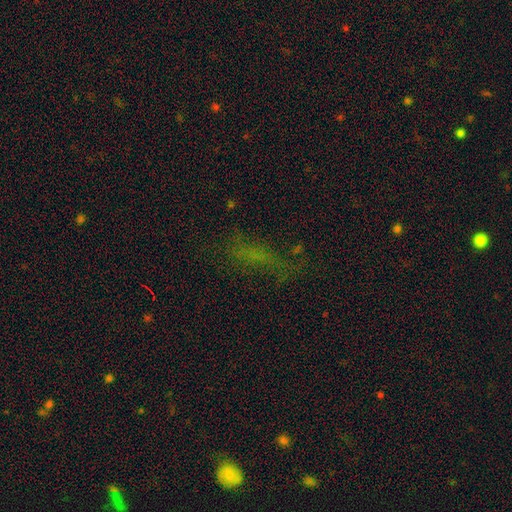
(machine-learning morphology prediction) This is marginally a smooth galaxy (42%). Merging: likely none (61%).